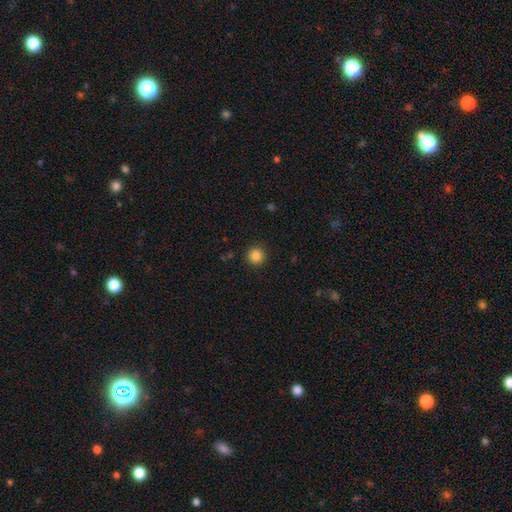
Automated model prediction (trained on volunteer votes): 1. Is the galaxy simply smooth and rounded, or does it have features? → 85% smooth, 11% star or artifact, 4% featured or disk.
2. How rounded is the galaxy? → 95% round, 4% in between, 1% cigar-shaped.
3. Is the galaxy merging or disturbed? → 92% none, 5% minor disturbance, 2% major disturbance, 1% merger.